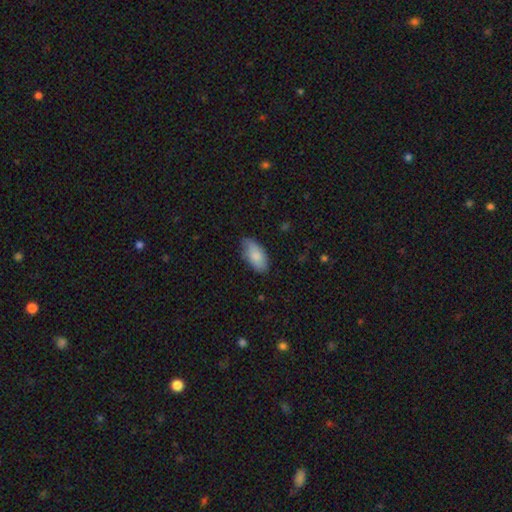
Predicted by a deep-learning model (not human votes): Smooth or featured? smooth (85%)
How rounded? in between (93%)
Merging? none (74%)